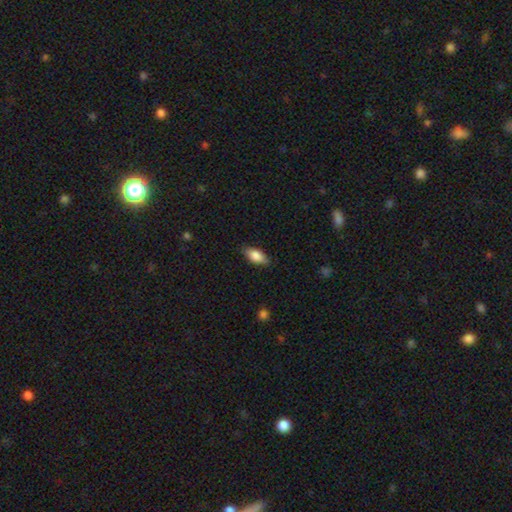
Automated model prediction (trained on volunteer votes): A smooth galaxy with no disk features (79%) that is in between round and cigar-shaped (85%).

Vote fractions:
- Smooth or featured? smooth: 79% / featured or disk: 14% / star or artifact: 7%
- How rounded? in between: 85% / cigar-shaped: 12% / round: 3%
- Merging? none: 84% / minor disturbance: 13% / major disturbance: 2% / merger: 1%